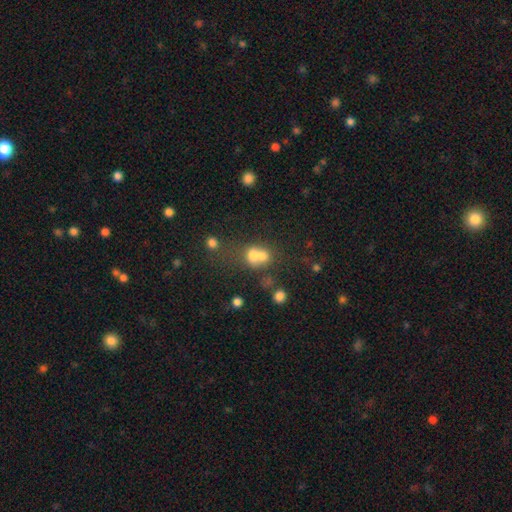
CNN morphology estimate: smooth 65%, featured or disk 20%, star or artifact 15%. Down the decision tree: how rounded — round (65%); merging — merger (64%).